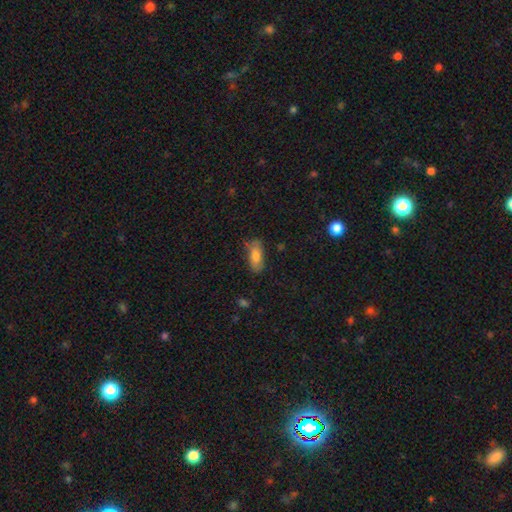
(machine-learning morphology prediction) type=smooth (77%); roundness=in between (84%); merging=none (69%).